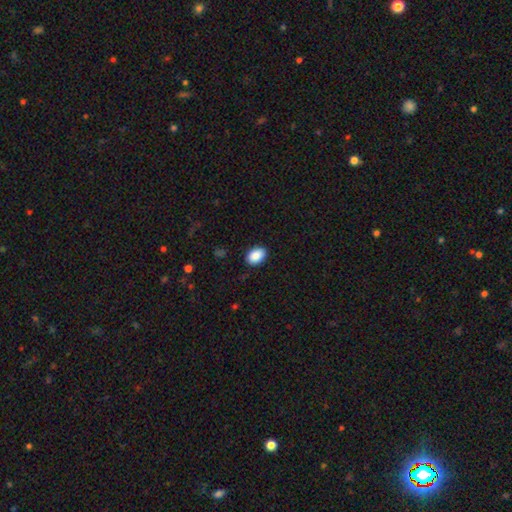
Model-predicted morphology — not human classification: This appears to be a smooth galaxy with no disk features (89%) that is in between round and cigar-shaped (85%). Merging: none (88%).